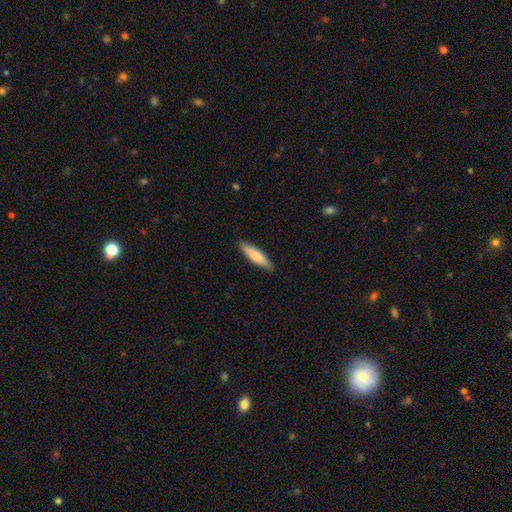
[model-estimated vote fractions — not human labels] smooth-or-featured: smooth: 77% | featured or disk: 18% | star or artifact: 5%
  how-rounded: cigar-shaped: 71% | in between: 28% | round: 1%
  merging: none: 85% | minor disturbance: 12% | major disturbance: 2% | merger: 1%